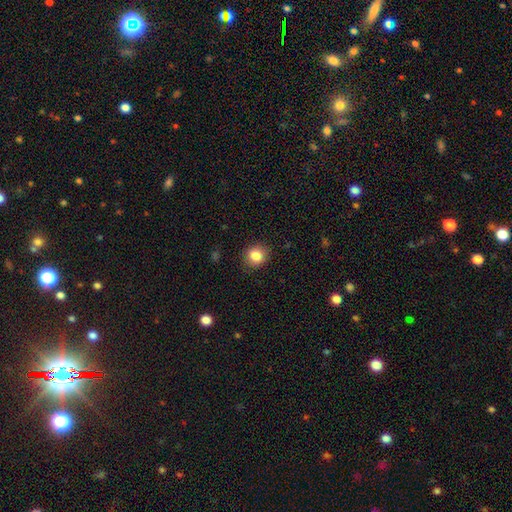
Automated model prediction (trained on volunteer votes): Smooth or featured: smooth — 84% (star or artifact — 10%)
How rounded: round — 79% (in between — 20%)
Merging: none — 86% (minor disturbance — 10%)